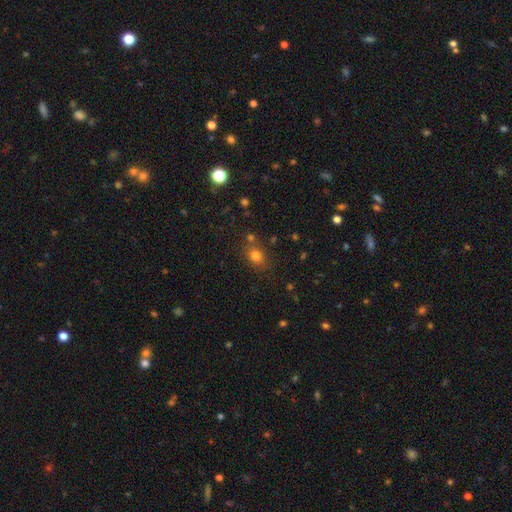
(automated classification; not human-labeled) smooth_or_featured: smooth (p=0.76) [alt: star or artifact p=0.16]
how_rounded: round (p=0.55) [alt: in between p=0.44]
merging: none (p=0.73) [alt: minor disturbance p=0.13]